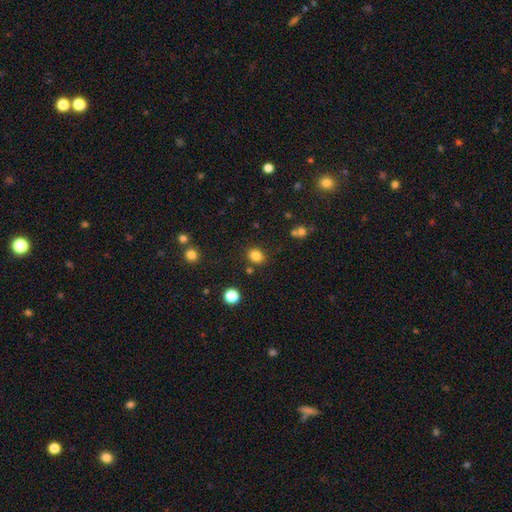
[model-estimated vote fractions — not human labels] Morphology: type=smooth (83%); roundness=round (59%); merging=none (83%).